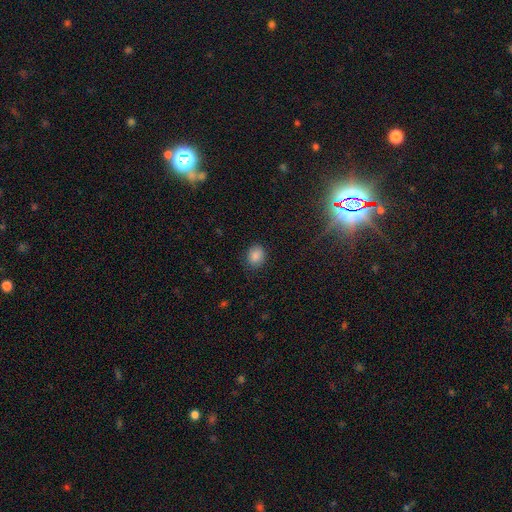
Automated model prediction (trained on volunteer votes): Overall: smooth (86%). How rounded: round (61%; in between 38%). Merging: none (85%).